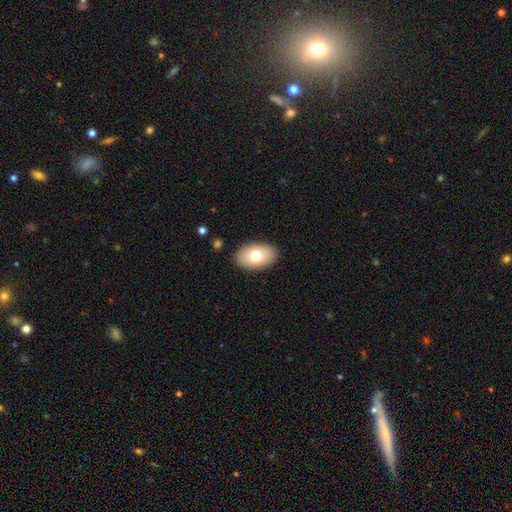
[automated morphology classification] A smooth galaxy with no disk features (75%) that is in between round and cigar-shaped (92%). Merging: none (89%).